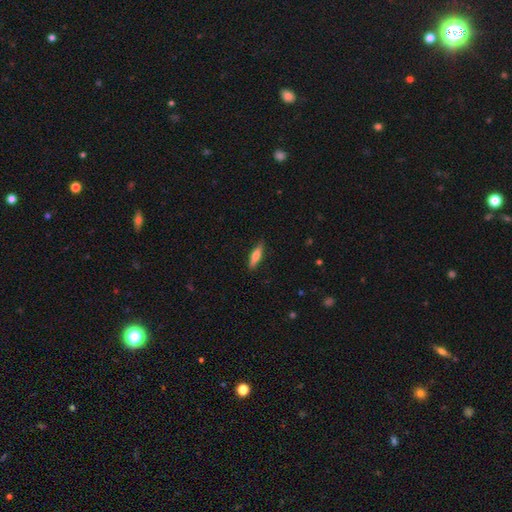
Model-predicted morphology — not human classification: type=smooth (70%); roundness=cigar-shaped (70%); merging=none (87%).